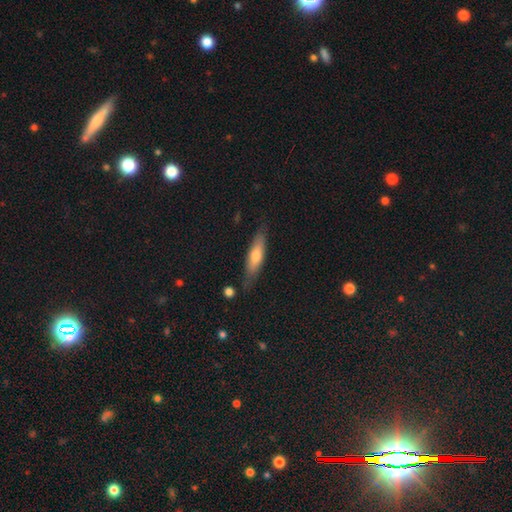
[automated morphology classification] Smooth or featured: smooth — 63% (featured or disk — 31%)
How rounded: cigar-shaped — 63% (in between — 35%)
Merging: none — 76% (minor disturbance — 18%)